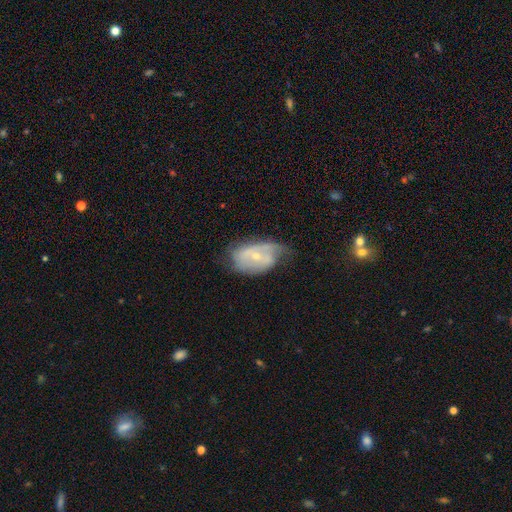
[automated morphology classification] type=featured or disk (70%); edge-on=no (94%); bar=no (49%); spiral arms=yes (78%); winding=medium (40%); arm count=2 (50%); bulge=small (67%); merging=none (47%).